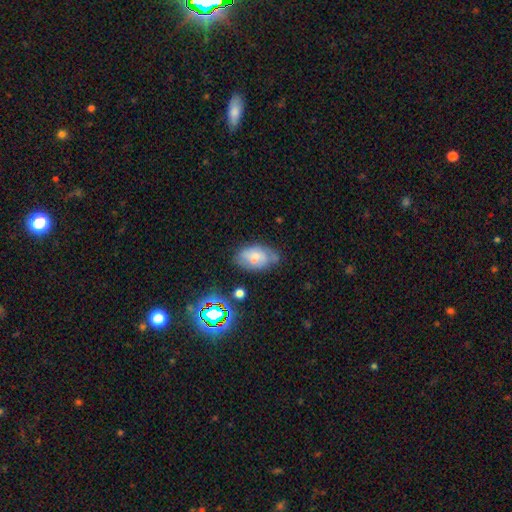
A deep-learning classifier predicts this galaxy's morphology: Q: Smooth or featured?
A: smooth (54%); runner-up: featured or disk (34%)
Q: How rounded?
A: in between (88%); runner-up: round (10%)
Q: Merging?
A: none (57%); runner-up: minor disturbance (29%)